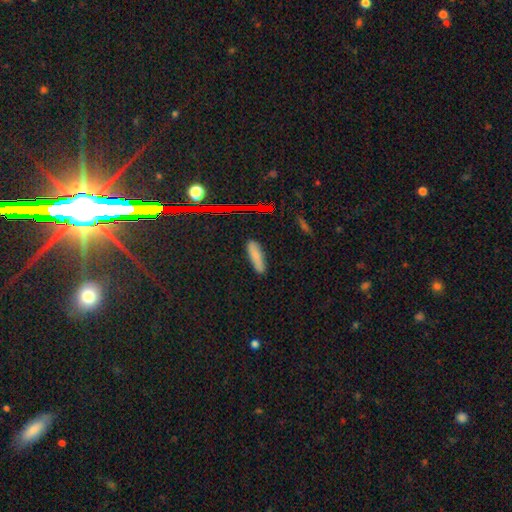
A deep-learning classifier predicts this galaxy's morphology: type=smooth (75%); roundness=cigar-shaped (71%); merging=none (82%).